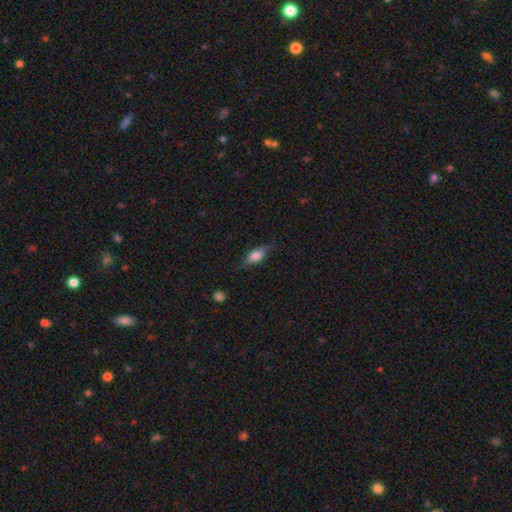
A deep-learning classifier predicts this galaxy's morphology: The model was most divided on "smooth or featured": smooth: 67%, featured or disk: 25%, star or artifact: 8%. More confident: how rounded — in between (75%); merging — none (70%).